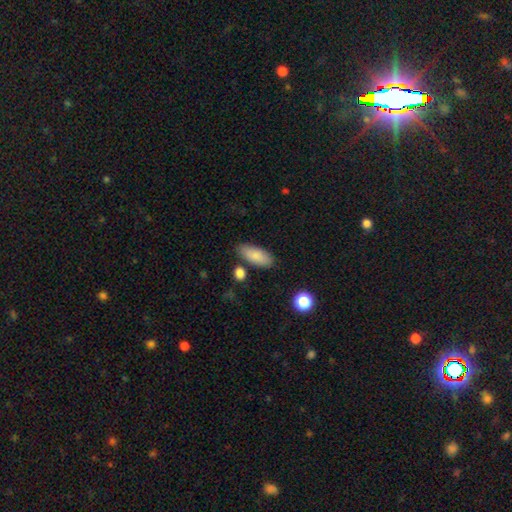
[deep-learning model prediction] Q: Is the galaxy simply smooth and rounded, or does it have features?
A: smooth — 84%.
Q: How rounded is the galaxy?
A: in between — 83%.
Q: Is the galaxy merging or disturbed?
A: none — 78%.